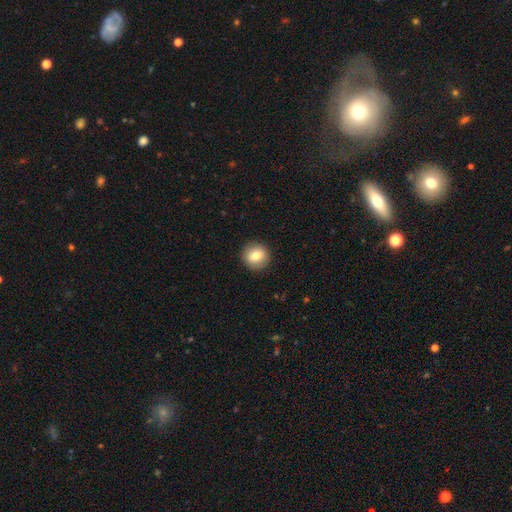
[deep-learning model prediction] A smooth galaxy with no disk features (77%) that is round (91%).

Vote fractions:
- Smooth or featured? smooth: 77% / featured or disk: 15% / star or artifact: 8%
- How rounded? round: 91% / in between: 8% / cigar-shaped: 1%
- Merging? none: 91% / minor disturbance: 6% / major disturbance: 2% / merger: 1%